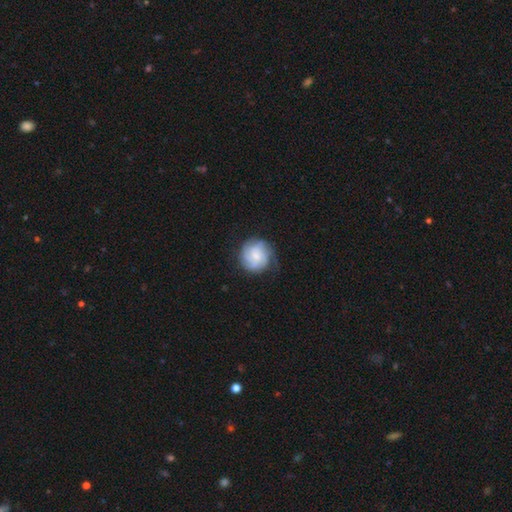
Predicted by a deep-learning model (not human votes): featured or disk 60%, smooth 33%, star or artifact 7%. Down the decision tree: edge-on disk — no (98%); bar — no (68%); spiral arms — yes (92%); spiral arm count — can't tell (34%); spiral winding — tight (57%); bulge size — small (57%); merging — none (73%).